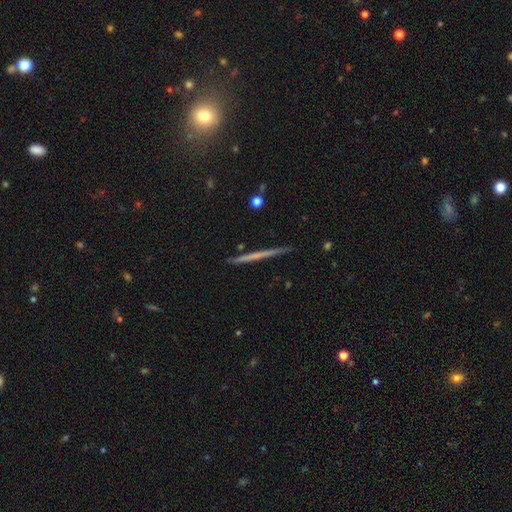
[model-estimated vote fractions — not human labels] Smooth or featured? Predicted: featured or disk (p=0.54). Edge-on disk? Predicted: yes (p=0.98). Edge-on bulge? Predicted: none (p=0.90). Merging? Predicted: none (p=0.91).